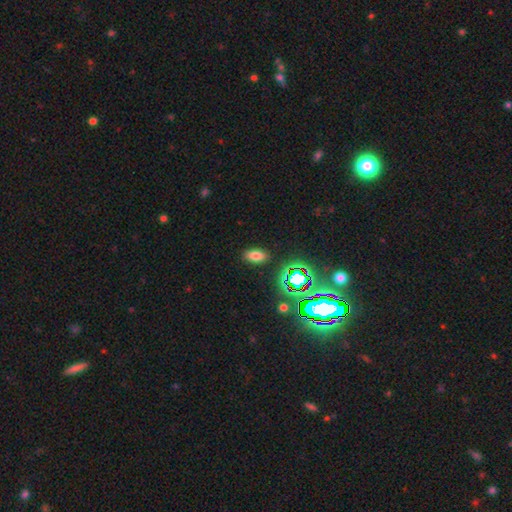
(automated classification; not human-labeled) Smooth or featured: smooth — 71% (star or artifact — 22%)
How rounded: in between — 89% (round — 6%)
Merging: none — 89% (minor disturbance — 7%)